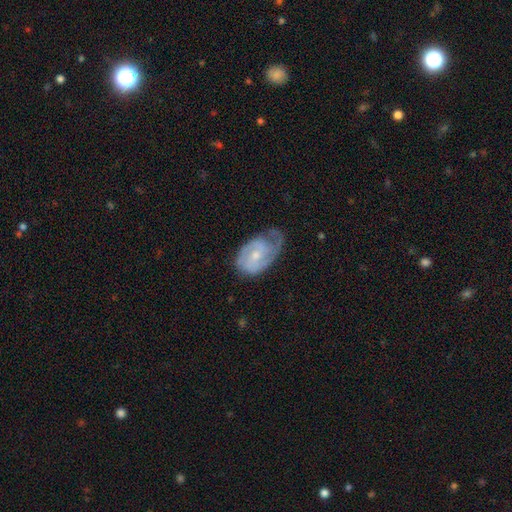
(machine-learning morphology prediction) Smooth or featured? featured or disk (74%)
Edge-on disk? no (97%)
Bar? no (54%)
Spiral arms? yes (91%)
Spiral winding? tight (44%)
Spiral arm count? 2 (53%)
Bulge size? small (58%)
Merging? none (44%)